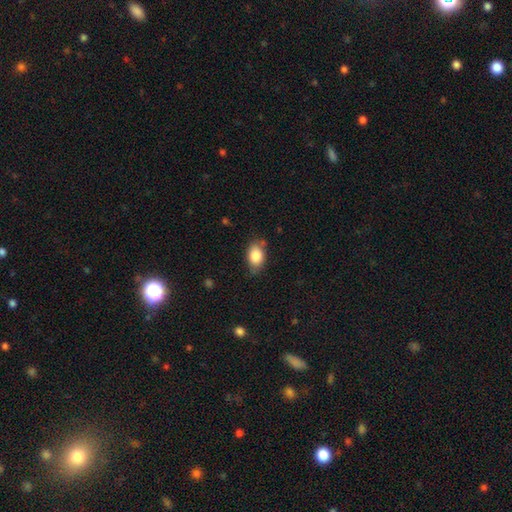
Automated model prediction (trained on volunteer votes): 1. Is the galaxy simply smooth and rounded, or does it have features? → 85% smooth, 7% featured or disk, 7% star or artifact.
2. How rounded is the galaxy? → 83% in between, 15% round, 2% cigar-shaped.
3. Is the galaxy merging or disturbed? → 72% none, 21% minor disturbance, 4% major disturbance, 2% merger.